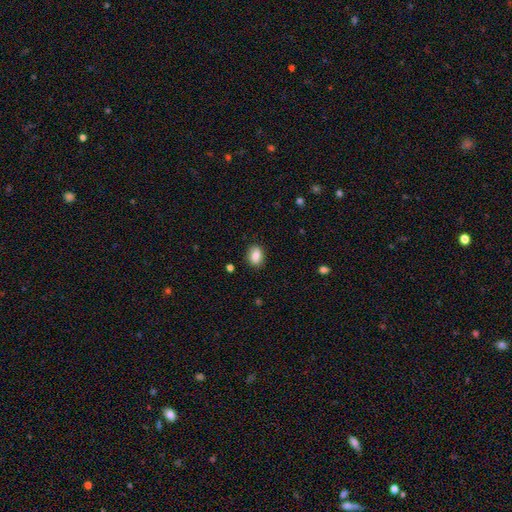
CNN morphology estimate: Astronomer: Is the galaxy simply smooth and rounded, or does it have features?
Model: smooth — 85%.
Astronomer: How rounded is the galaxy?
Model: in between — 72%.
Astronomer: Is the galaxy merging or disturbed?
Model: none — 83%.